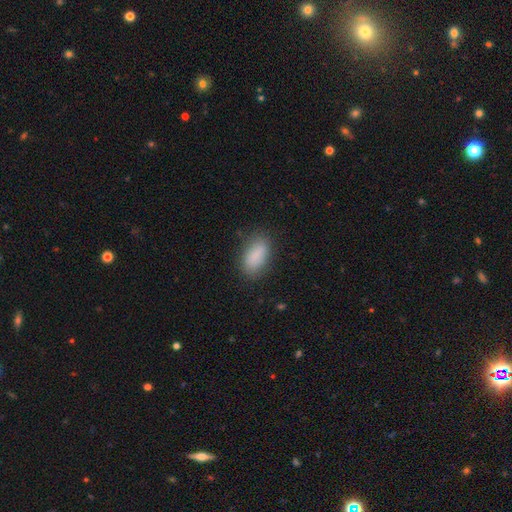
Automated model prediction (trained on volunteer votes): Smooth or featured?
  - smooth: 86% *
  - star or artifact: 7%
  - featured or disk: 6%
How rounded?
  - in between: 89% *
  - cigar-shaped: 7%
  - round: 4%
Merging?
  - none: 80% *
  - minor disturbance: 15%
  - major disturbance: 4%
  - merger: 1%